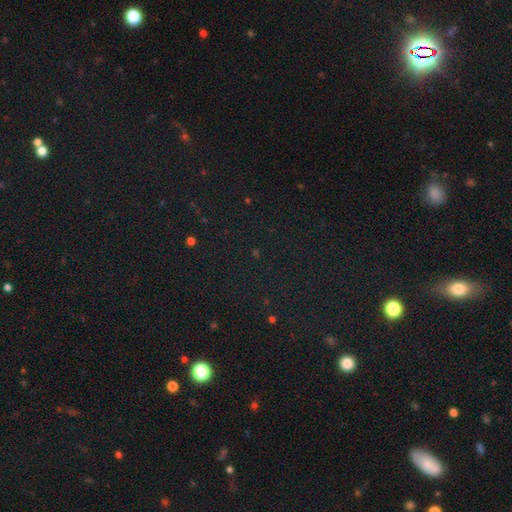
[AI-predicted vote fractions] A star or artifact, not a galaxy (71%).

Vote fractions:
- Smooth or featured? star or artifact: 71% / smooth: 19% / featured or disk: 10%